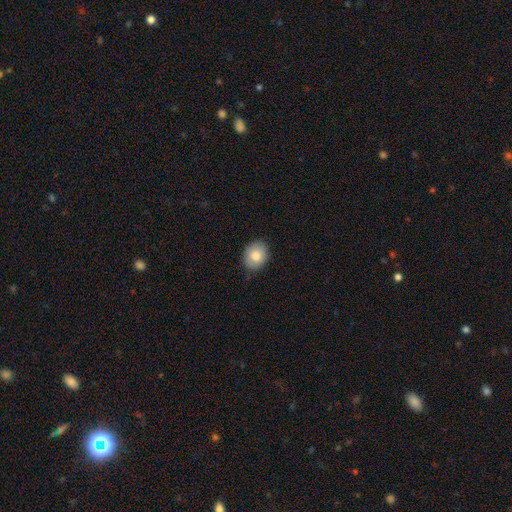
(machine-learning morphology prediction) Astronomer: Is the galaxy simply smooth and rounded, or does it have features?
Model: smooth — 81%.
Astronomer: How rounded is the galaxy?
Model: round — 56% (runner-up: in between, 43%).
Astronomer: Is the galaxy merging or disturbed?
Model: none — 82%.